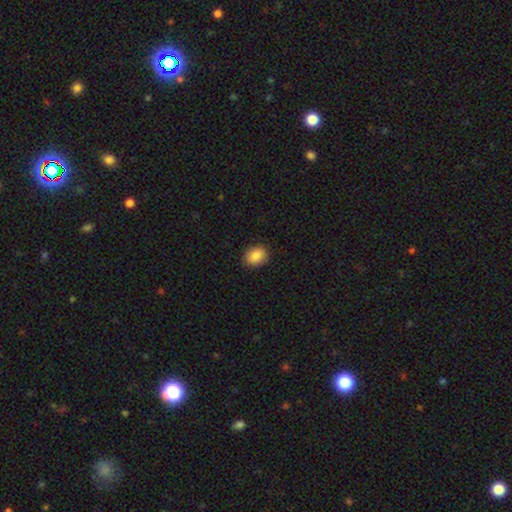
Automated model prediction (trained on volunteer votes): Smooth or featured? Predicted: smooth (p=0.87). How rounded? Predicted: in between (p=0.57). Merging? Predicted: none (p=0.88).